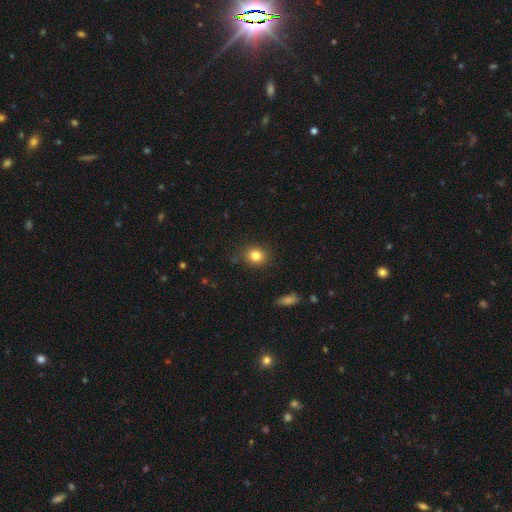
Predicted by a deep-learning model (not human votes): This is clearly a smooth galaxy (82%). How rounded: likely round (73%). Merging: clearly none (81%).